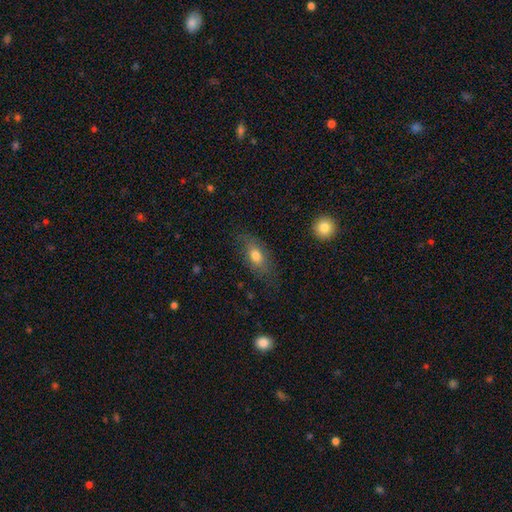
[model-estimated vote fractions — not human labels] smooth-or-featured: smooth: 72% | featured or disk: 20% | star or artifact: 8%
  how-rounded: in between: 83% | cigar-shaped: 10% | round: 7%
  merging: none: 72% | minor disturbance: 19% | major disturbance: 7% | merger: 2%